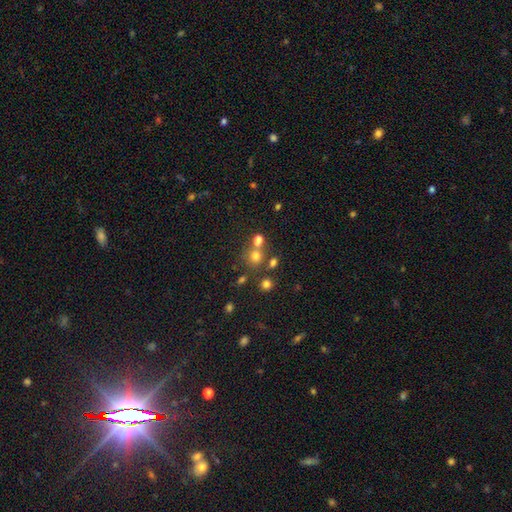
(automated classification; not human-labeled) smooth-or-featured: smooth: 65% | star or artifact: 25% | featured or disk: 11%
  how-rounded: round: 85% | in between: 14% | cigar-shaped: 1%
  merging: none: 60% | merger: 28% | minor disturbance: 8% | major disturbance: 4%